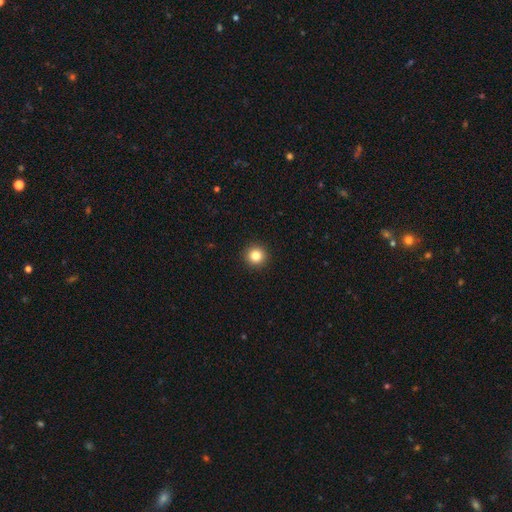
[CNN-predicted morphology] Smooth or featured? smooth (84%)
How rounded? round (95%)
Merging? none (93%)